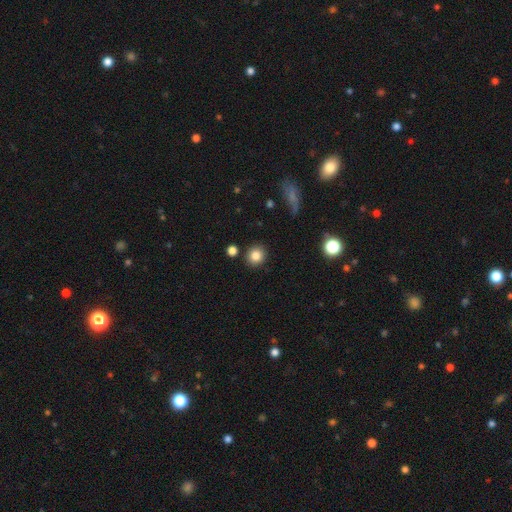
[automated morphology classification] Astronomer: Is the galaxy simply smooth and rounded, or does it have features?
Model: smooth — 84%.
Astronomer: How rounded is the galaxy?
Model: round — 87%.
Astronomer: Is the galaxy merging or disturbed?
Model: none — 88%.